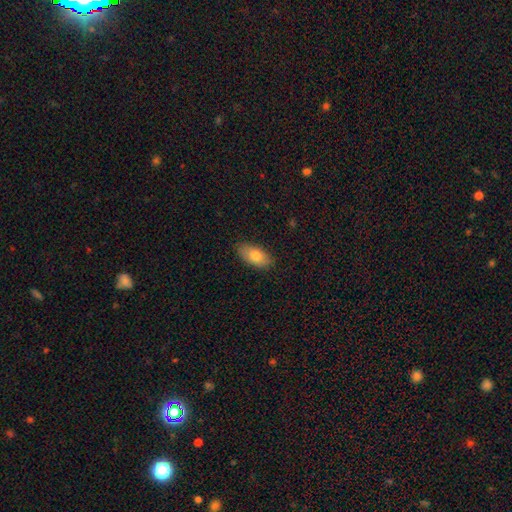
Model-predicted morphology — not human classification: Smooth or featured? smooth (79%)
How rounded? in between (91%)
Merging? none (85%)